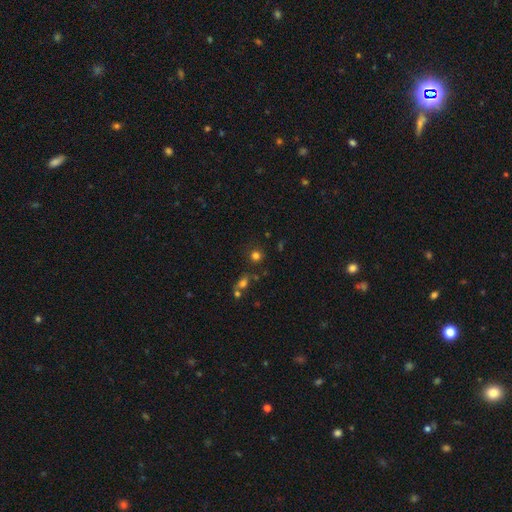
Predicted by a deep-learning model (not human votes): Overall: smooth (74%). How rounded: round (91%). Merging: none (78%).